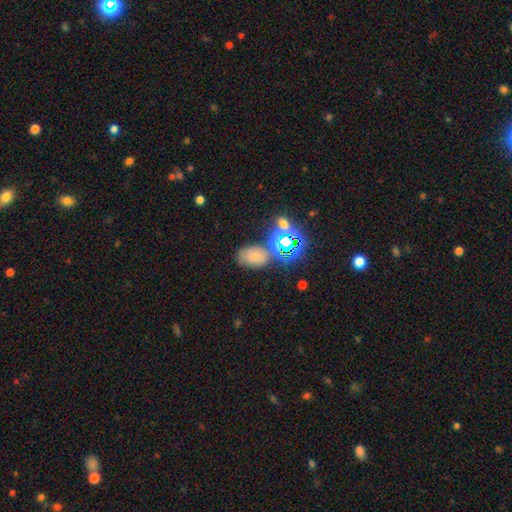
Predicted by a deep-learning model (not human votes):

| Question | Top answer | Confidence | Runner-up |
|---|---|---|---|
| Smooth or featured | smooth | 58% | star or artifact (30%) |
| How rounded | in between | 80% | round (19%) |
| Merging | none | 65% | minor disturbance (16%) |